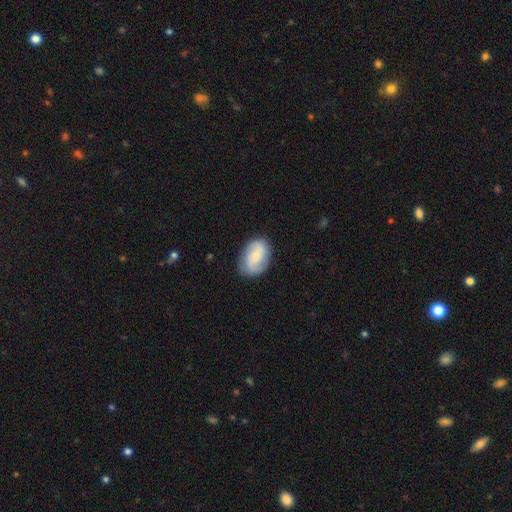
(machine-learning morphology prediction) A smooth galaxy with no disk features (51%) that is in between round and cigar-shaped (84%). Merging: none (79%).